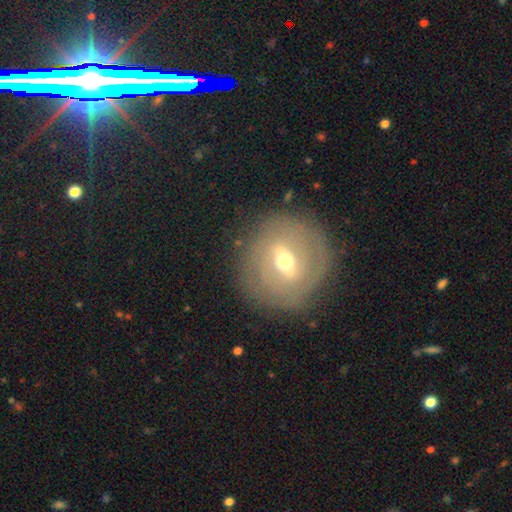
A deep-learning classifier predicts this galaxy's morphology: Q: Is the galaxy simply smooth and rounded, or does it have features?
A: featured or disk — 68%.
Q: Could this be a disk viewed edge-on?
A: no — 89%.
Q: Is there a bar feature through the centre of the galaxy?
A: weak — 47%.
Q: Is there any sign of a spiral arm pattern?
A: yes — 55%.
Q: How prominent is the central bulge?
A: moderate — 64%.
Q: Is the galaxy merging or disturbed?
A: none — 81%.